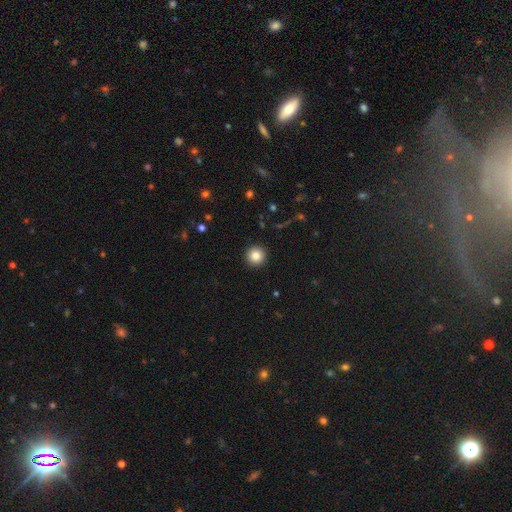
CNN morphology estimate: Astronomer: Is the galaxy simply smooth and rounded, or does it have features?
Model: smooth — 84%.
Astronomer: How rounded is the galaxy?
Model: round — 96%.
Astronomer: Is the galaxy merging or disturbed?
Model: none — 93%.